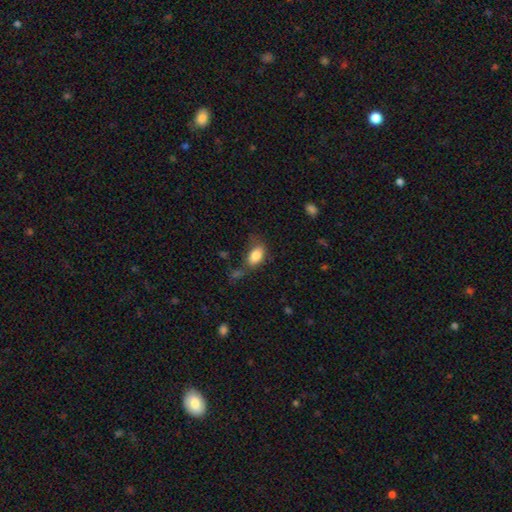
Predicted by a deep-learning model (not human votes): This appears to be a smooth galaxy with no disk features (84%) that is in between round and cigar-shaped (90%). Merging: none (50%).